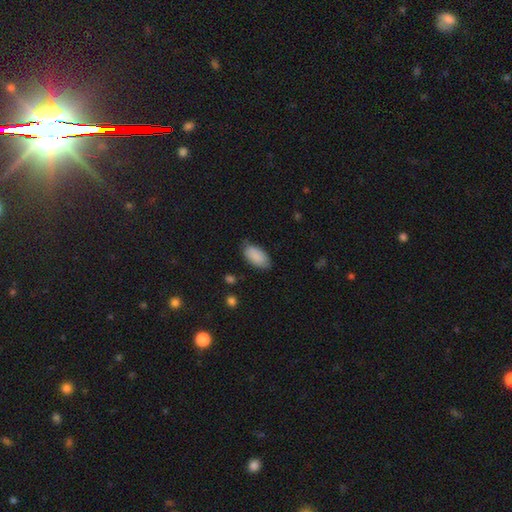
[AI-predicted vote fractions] smooth_or_featured: smooth (p=0.88) [alt: star or artifact p=0.06]
how_rounded: in between (p=0.94) [alt: cigar-shaped p=0.03]
merging: none (p=0.75) [alt: minor disturbance p=0.20]